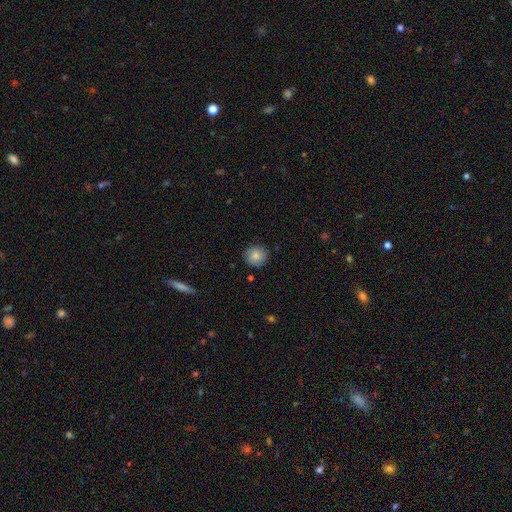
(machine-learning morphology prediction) Q: Smooth or featured?
A: smooth (82%); runner-up: featured or disk (10%)
Q: How rounded?
A: round (92%); runner-up: in between (7%)
Q: Merging?
A: none (86%); runner-up: minor disturbance (11%)